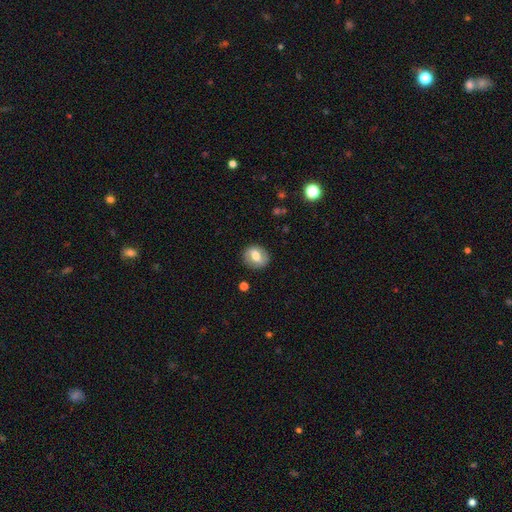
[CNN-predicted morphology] A smooth galaxy with no disk features (54%) that is round (60%).

Vote fractions:
- Smooth or featured? smooth: 54% / featured or disk: 39% / star or artifact: 8%
- How rounded? round: 60% / in between: 39% / cigar-shaped: 1%
- Merging? none: 84% / minor disturbance: 11% / major disturbance: 4% / merger: 1%